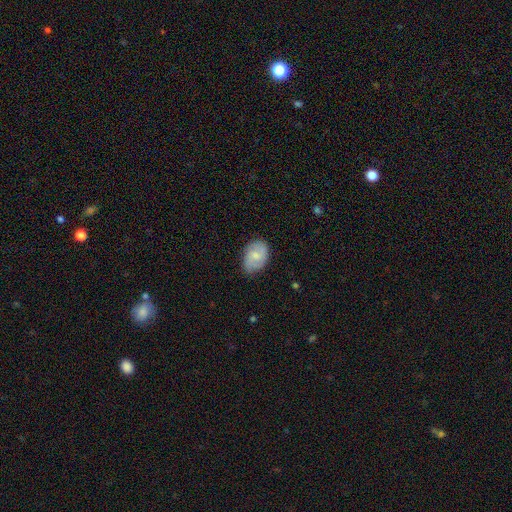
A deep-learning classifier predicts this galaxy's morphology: This is possibly a smooth galaxy (49%). Merging: likely none (73%).